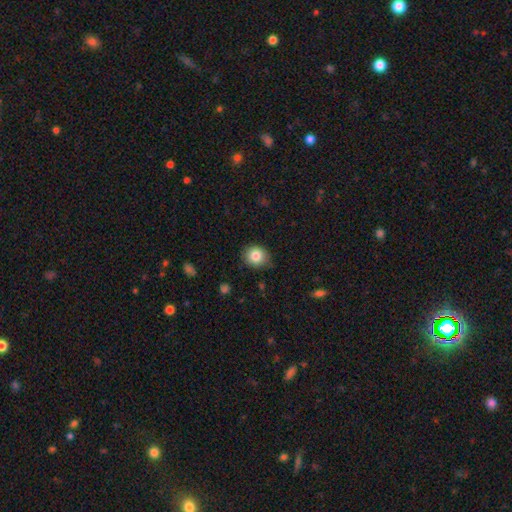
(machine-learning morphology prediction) The model was most divided on "how rounded": round: 81%, in between: 18%, cigar-shaped: 1%. More confident: smooth or featured — smooth (84%); merging — none (83%).